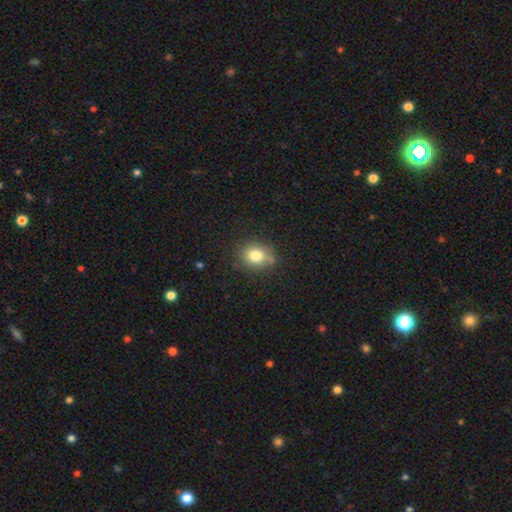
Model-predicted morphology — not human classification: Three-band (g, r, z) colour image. It shows a smooth galaxy with no disk features (79%) that is round (59%). Merging: none (74%).